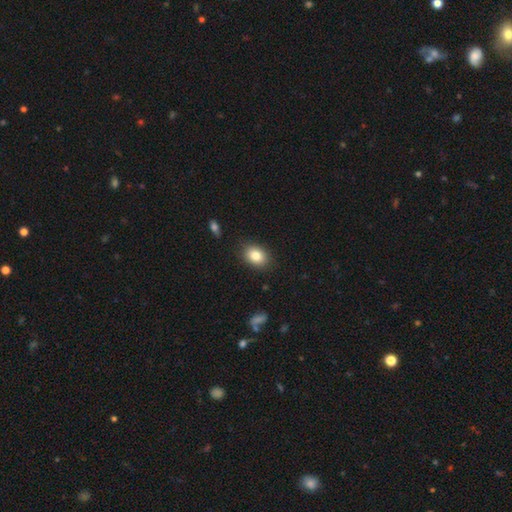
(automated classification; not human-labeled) Overall: smooth (83%). How rounded: in between (72%). Merging: none (86%).